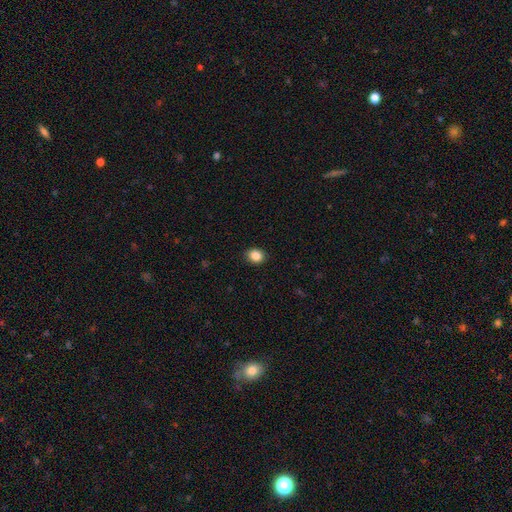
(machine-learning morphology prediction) smooth 87%, star or artifact 9%, featured or disk 4%. Down the decision tree: how rounded — round (64%); merging — none (88%).